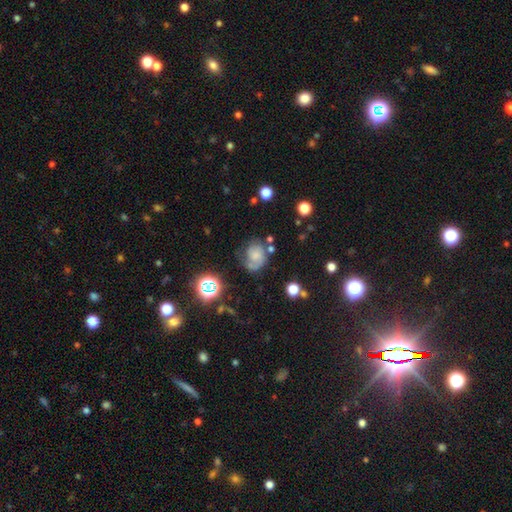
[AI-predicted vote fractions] Smooth or featured? Predicted: featured or disk (p=0.48). Merging? Predicted: none (p=0.50).